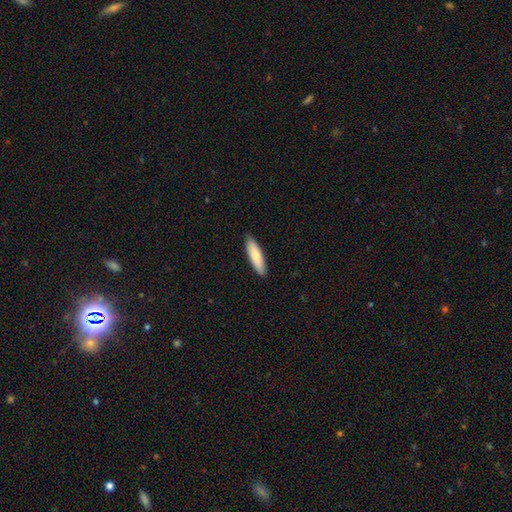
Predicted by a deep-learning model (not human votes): The model was most divided on "how rounded": cigar-shaped: 68%, in between: 31%, round: 1%. More confident: merging — none (89%); smooth or featured — smooth (78%).